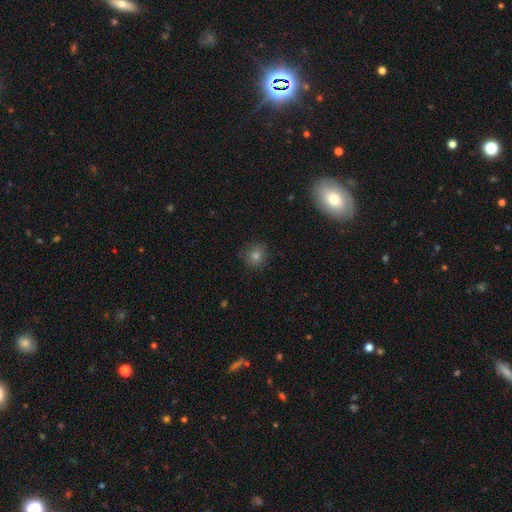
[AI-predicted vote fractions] Smooth or featured?
  - smooth: 73% *
  - star or artifact: 17%
  - featured or disk: 10%
How rounded?
  - round: 88% *
  - in between: 11%
  - cigar-shaped: 1%
Merging?
  - none: 86% *
  - minor disturbance: 10%
  - major disturbance: 2%
  - merger: 1%